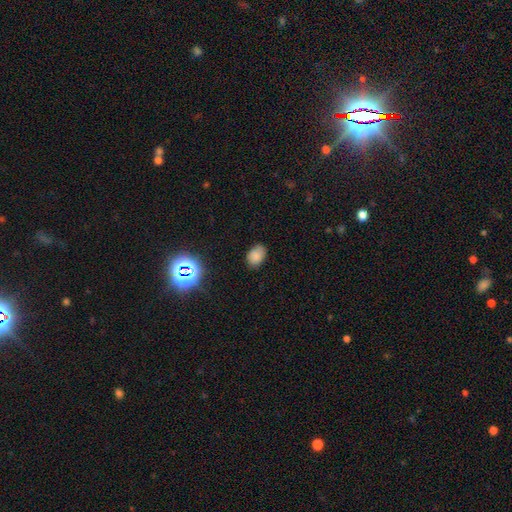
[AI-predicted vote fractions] Smooth or featured? Predicted: smooth (p=0.79). How rounded? Predicted: in between (p=0.78). Merging? Predicted: none (p=0.77).